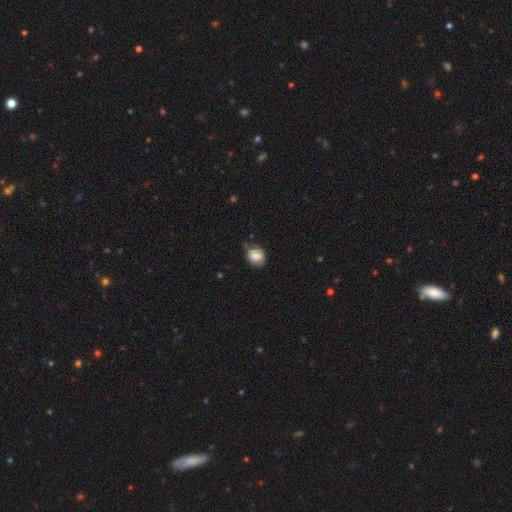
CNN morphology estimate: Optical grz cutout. It shows a smooth galaxy with no disk features (70%) that is round (51%). Merging: none (65%).